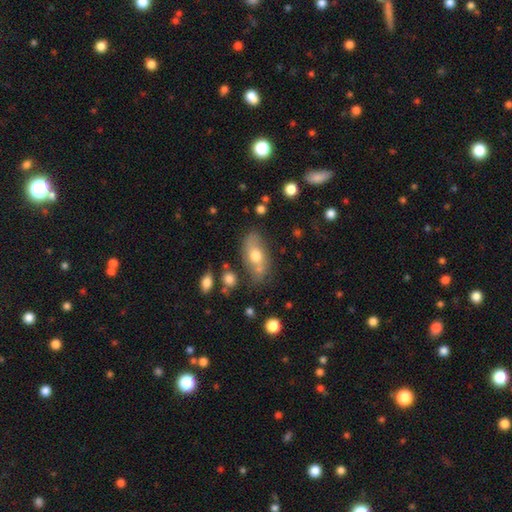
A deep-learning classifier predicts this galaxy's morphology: Overall: smooth (59%; featured or disk 32%). How rounded: in between (85%). Merging: none (64%).